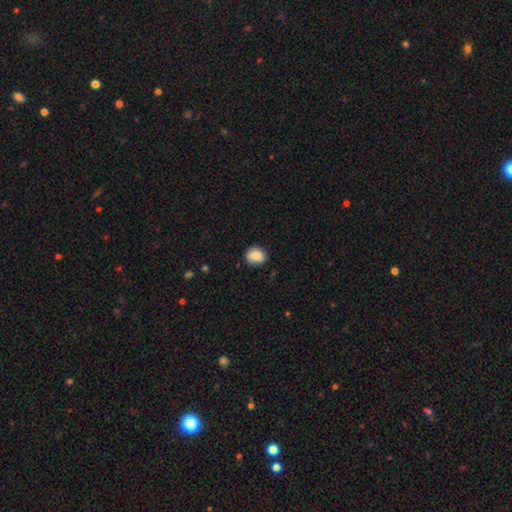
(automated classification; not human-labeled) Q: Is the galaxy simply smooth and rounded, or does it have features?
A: smooth — 84%.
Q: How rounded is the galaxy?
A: round — 60%.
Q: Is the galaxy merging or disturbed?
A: none — 85%.